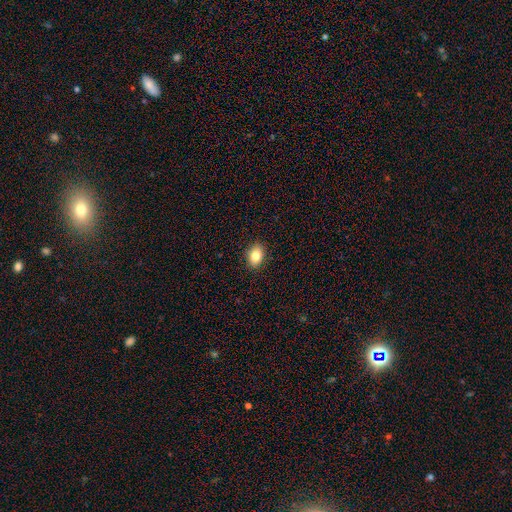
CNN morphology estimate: A smooth galaxy with no disk features (84%) that is in between round and cigar-shaped (79%).

Vote fractions:
- Smooth or featured? smooth: 84% / star or artifact: 9% / featured or disk: 7%
- How rounded? in between: 79% / round: 20% / cigar-shaped: 1%
- Merging? none: 89% / minor disturbance: 8% / major disturbance: 2% / merger: 1%